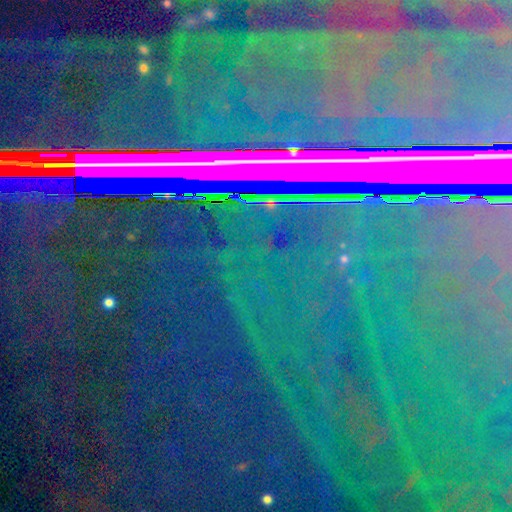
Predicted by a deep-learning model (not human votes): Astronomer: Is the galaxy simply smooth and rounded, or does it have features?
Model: star or artifact — 85%.